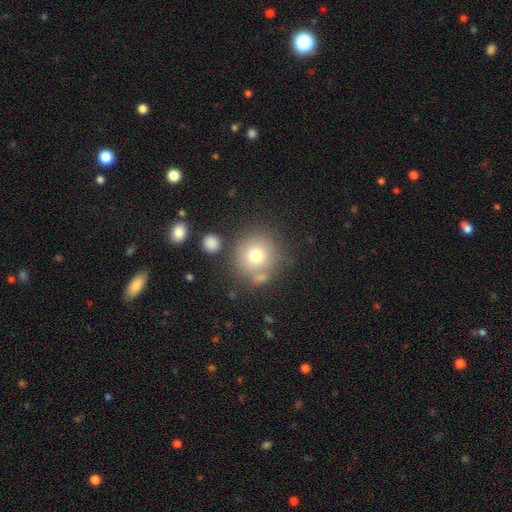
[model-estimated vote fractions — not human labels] Smooth or featured? Predicted: smooth (p=0.74). How rounded? Predicted: round (p=0.91). Merging? Predicted: none (p=0.71).